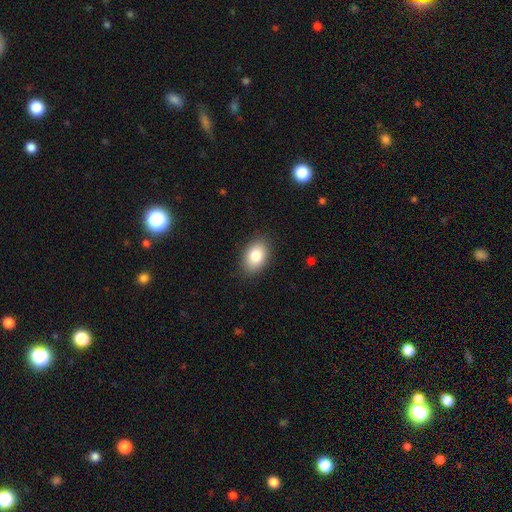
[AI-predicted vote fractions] Smooth or featured: smooth — 83% (featured or disk — 9%)
How rounded: in between — 86% (round — 12%)
Merging: none — 87% (minor disturbance — 9%)